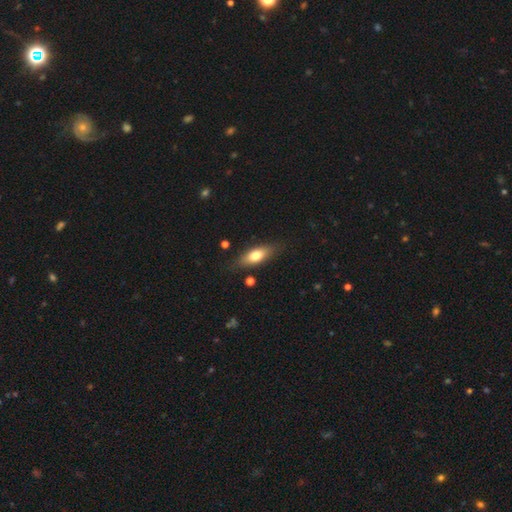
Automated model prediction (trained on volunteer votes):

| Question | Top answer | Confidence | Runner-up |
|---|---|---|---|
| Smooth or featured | smooth | 69% | featured or disk (24%) |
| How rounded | in between | 70% | cigar-shaped (27%) |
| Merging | none | 82% | minor disturbance (14%) |